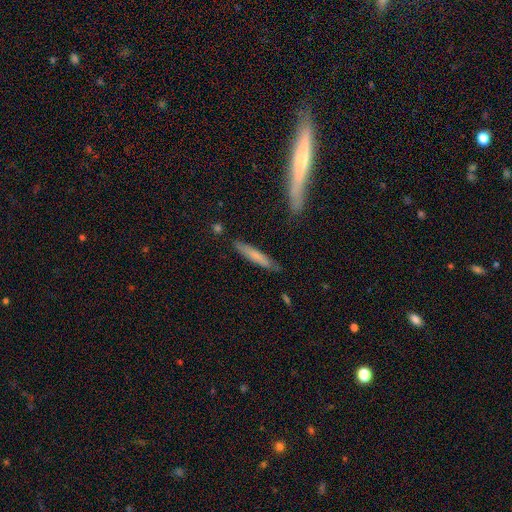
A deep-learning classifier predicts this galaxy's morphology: A smooth galaxy with no disk features (65%) that is cigar-shaped (91%). Merging: none (83%).